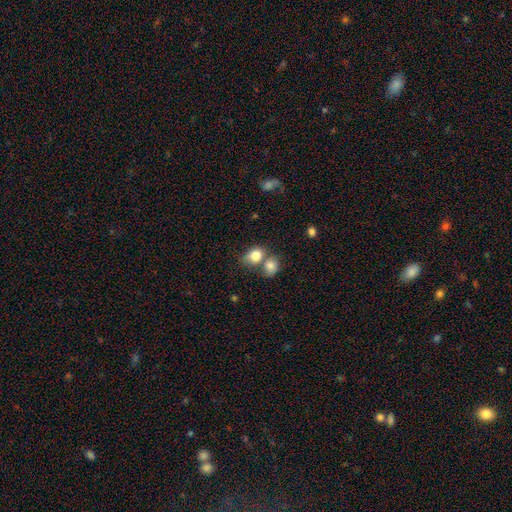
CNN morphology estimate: Smooth or featured? Predicted: smooth (p=0.81). How rounded? Predicted: in between (p=0.50). Merging? Predicted: merger (p=0.46).